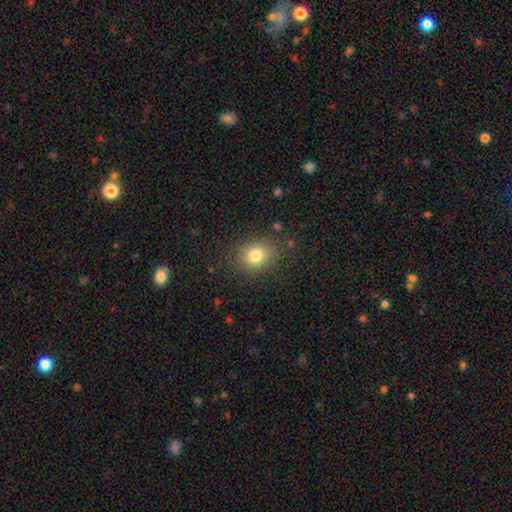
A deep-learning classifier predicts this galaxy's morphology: Smooth or featured: smooth — 79% (star or artifact — 12%)
How rounded: round — 63% (in between — 36%)
Merging: none — 84% (minor disturbance — 10%)